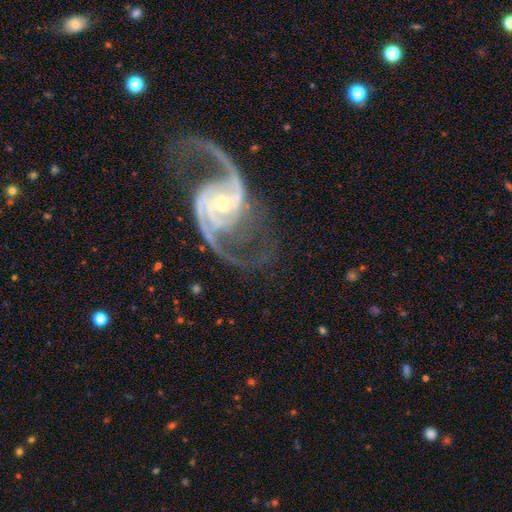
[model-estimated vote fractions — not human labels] smooth-or-featured: featured or disk: 93% | star or artifact: 5% | smooth: 2%
  disk-edge-on: no: 98% | yes: 2%
    bar: no: 46% | weak: 31% | strong: 22%
    has-spiral-arms: yes: 98% | no: 2%
      spiral-winding: medium: 52% | loose: 35% | tight: 13%
      spiral-arm-count: 2: 92% | 3: 2% | can't tell: 2% | 1: 1% | 4: 1% | more than 4: 1%
    bulge-size: small: 61% | moderate: 35% | large: 2% | none: 1% | dominant: 1%
  merging: none: 72% | minor disturbance: 13% | major disturbance: 12% | merger: 2%